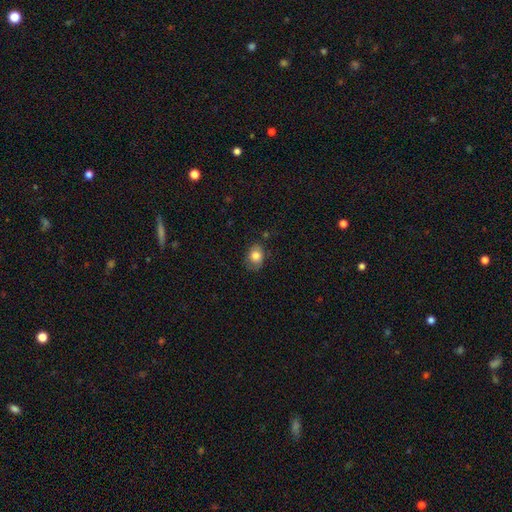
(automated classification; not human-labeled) This is clearly a smooth galaxy (81%). How rounded: likely in between (61%). Merging: likely none (67%).